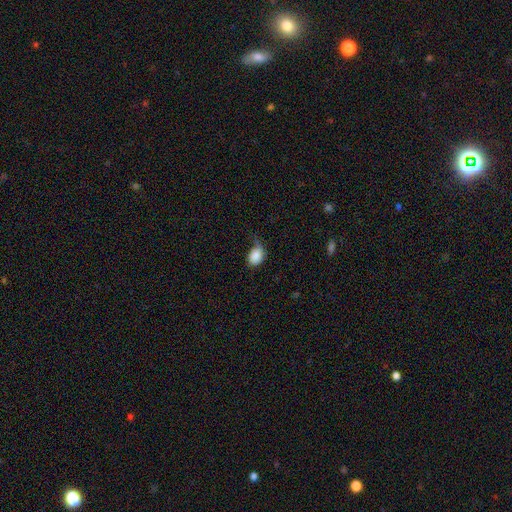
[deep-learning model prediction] smooth 85%, featured or disk 8%, star or artifact 7%. Down the decision tree: how rounded — in between (75%); merging — minor disturbance (37%).